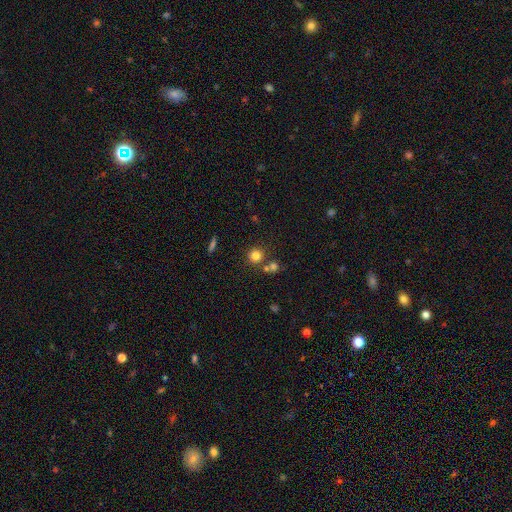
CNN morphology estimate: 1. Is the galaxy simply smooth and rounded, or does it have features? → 78% smooth, 14% star or artifact, 8% featured or disk.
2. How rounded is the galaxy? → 91% round, 8% in between, 1% cigar-shaped.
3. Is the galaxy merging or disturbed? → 71% none, 18% merger, 8% minor disturbance, 3% major disturbance.